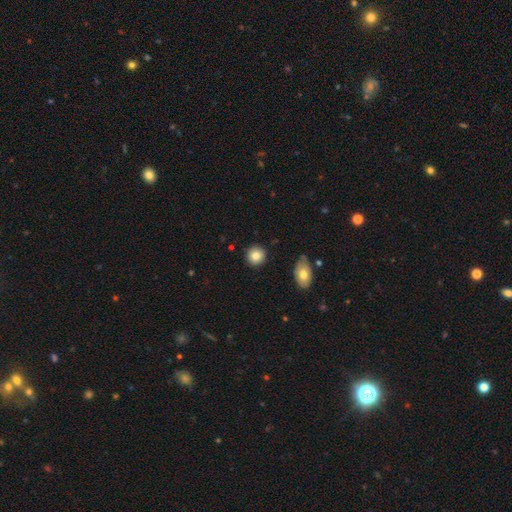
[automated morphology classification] Smooth or featured? smooth (83%)
How rounded? round (91%)
Merging? none (90%)